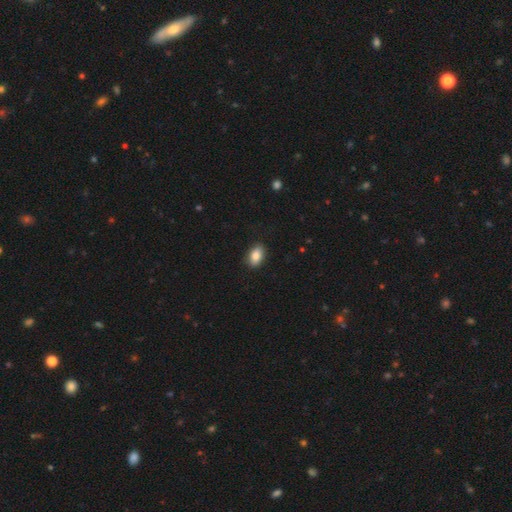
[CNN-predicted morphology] Smooth or featured? smooth (85%)
How rounded? in between (89%)
Merging? none (88%)